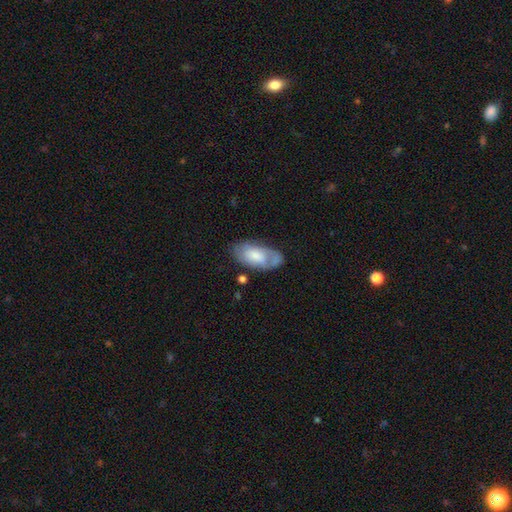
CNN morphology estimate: Q: Smooth or featured?
A: smooth (56%); runner-up: featured or disk (38%)
Q: How rounded?
A: in between (93%); runner-up: cigar-shaped (4%)
Q: Merging?
A: none (61%); runner-up: minor disturbance (25%)